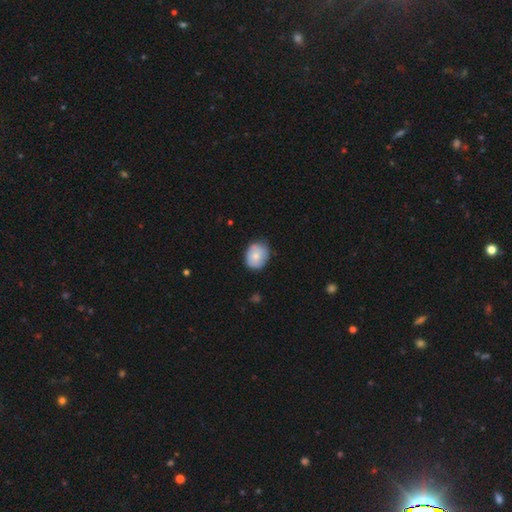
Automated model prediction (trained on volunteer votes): This appears to be a smooth galaxy with no disk features (76%) that is round (55%). Merging: none (74%).